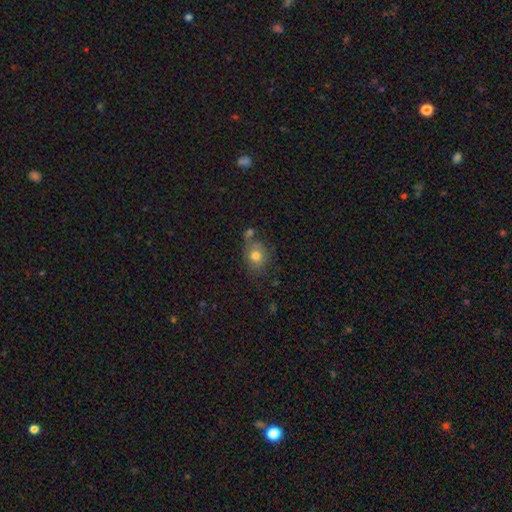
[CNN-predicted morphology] smooth_or_featured: smooth (p=0.75) [alt: featured or disk p=0.15]
how_rounded: round (p=0.64) [alt: in between p=0.35]
merging: none (p=0.54) [alt: minor disturbance p=0.20]